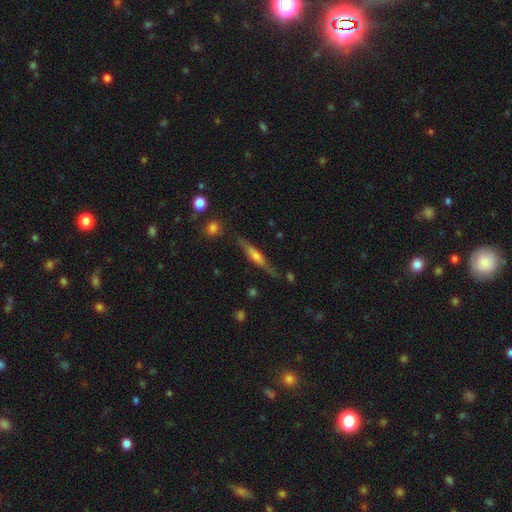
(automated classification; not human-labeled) Q: Smooth or featured?
A: featured or disk (62%); runner-up: smooth (31%)
Q: Edge-on disk?
A: yes (95%); runner-up: no (5%)
Q: Edge-on bulge?
A: rounded (67%); runner-up: boxy (18%)
Q: Merging?
A: none (78%); runner-up: minor disturbance (15%)